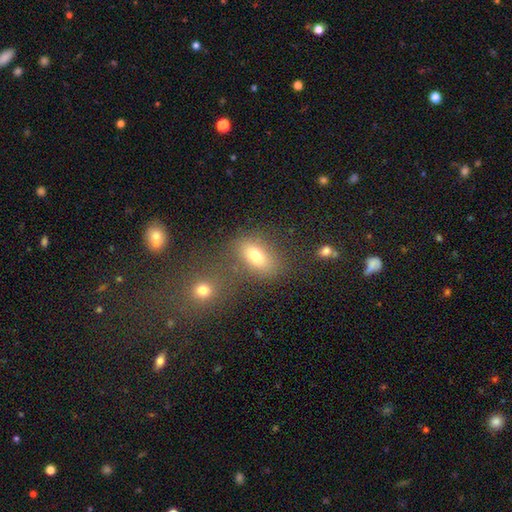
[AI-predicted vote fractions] Smooth or featured?
  - smooth: 74% *
  - featured or disk: 13%
  - star or artifact: 13%
How rounded?
  - in between: 79% *
  - round: 17%
  - cigar-shaped: 4%
Merging?
  - none: 66% *
  - merger: 16%
  - minor disturbance: 12%
  - major disturbance: 6%